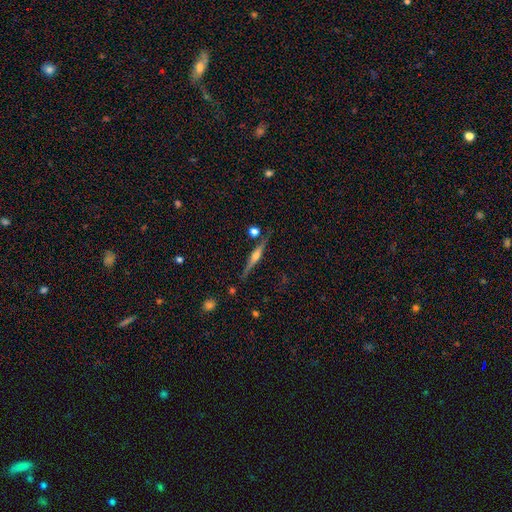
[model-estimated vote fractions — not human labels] Smooth or featured: featured or disk — 74% (smooth — 18%)
Edge-on disk: yes — 98% (no — 2%)
Edge-on bulge: rounded — 86% (boxy — 9%)
Merging: none — 84% (minor disturbance — 10%)